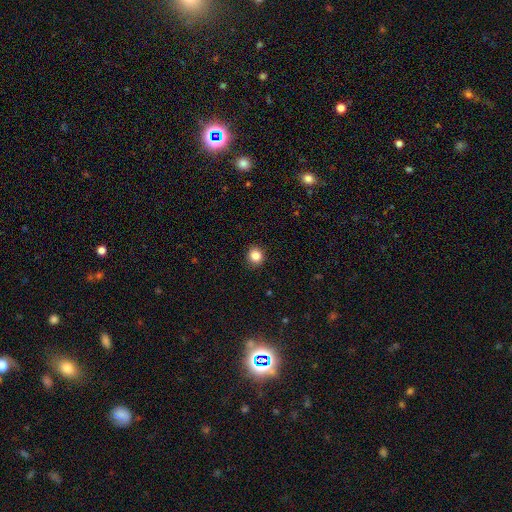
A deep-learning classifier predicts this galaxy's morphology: Overall: smooth (84%). How rounded: round (90%). Merging: none (92%).